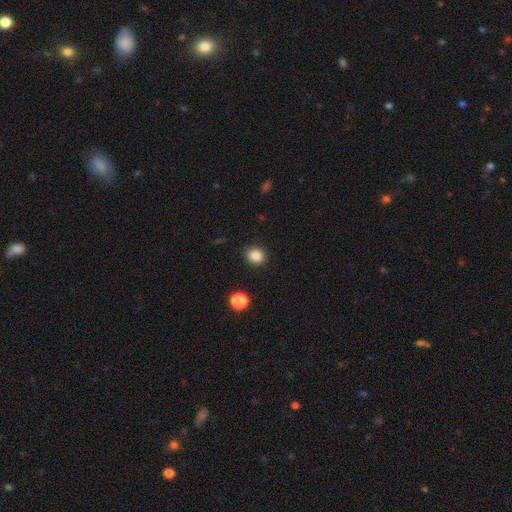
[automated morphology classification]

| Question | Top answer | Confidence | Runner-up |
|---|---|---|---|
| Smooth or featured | smooth | 86% | star or artifact (10%) |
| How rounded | round | 75% | in between (24%) |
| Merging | none | 90% | minor disturbance (7%) |